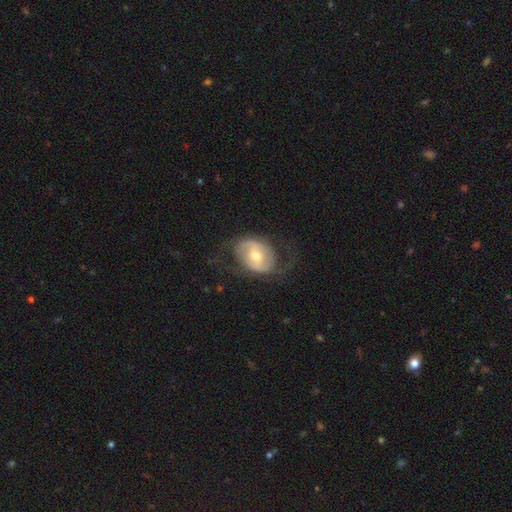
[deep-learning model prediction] This is likely a featured or disk galaxy (66%). It is clearly not viewed edge-on (96%). Bar: marginally weak (44%). Spiral arm pattern: likely yes (66%). Central bulge: likely moderate (67%). Merging: likely none (61%).